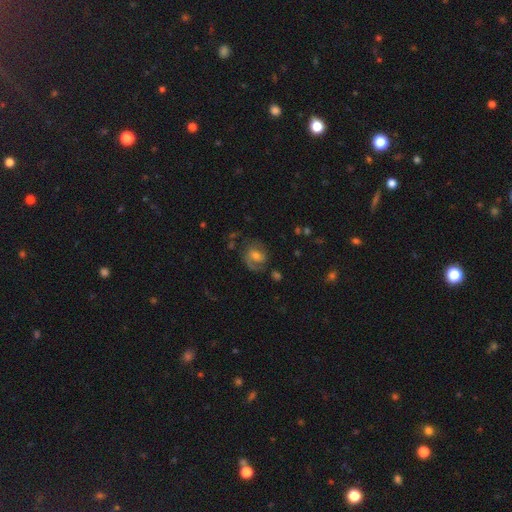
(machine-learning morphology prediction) This is likely a featured or disk galaxy (69%). It is clearly not viewed edge-on (97%). Bar: marginally no (45%, tied with weak). Spiral arm pattern: clearly yes (90%). Spiral arm count: likely 2 (64%). Spiral winding: possibly medium (49%). Central bulge: possibly moderate (54%). Merging: likely none (63%).